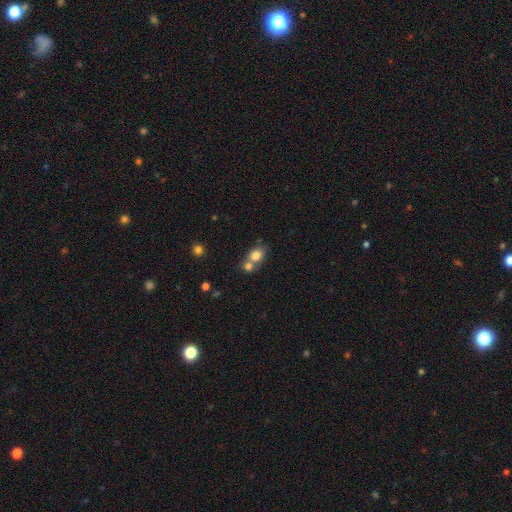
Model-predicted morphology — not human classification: Smooth or featured: smooth — 79% (featured or disk — 11%)
How rounded: round — 50% (in between — 49%)
Merging: merger — 52% (none — 37%)